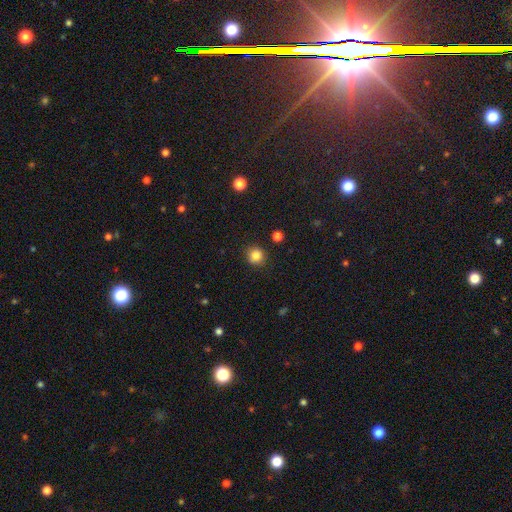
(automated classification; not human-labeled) A smooth galaxy with no disk features (84%) that is round (91%).

Vote fractions:
- Smooth or featured? smooth: 84% / star or artifact: 12% / featured or disk: 4%
- How rounded? round: 91% / in between: 8% / cigar-shaped: 1%
- Merging? none: 89% / minor disturbance: 7% / major disturbance: 2% / merger: 2%